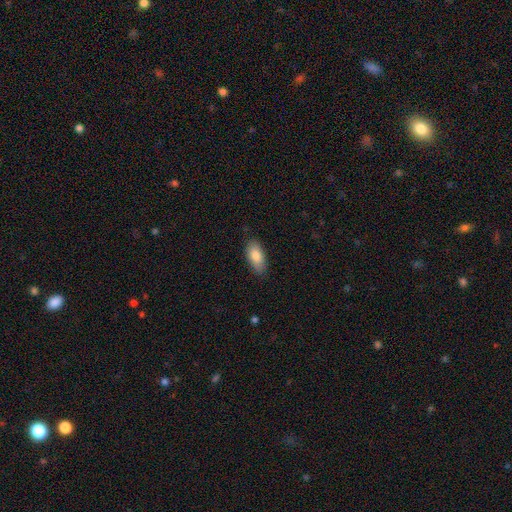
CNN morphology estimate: Q: Smooth or featured?
A: smooth (82%); runner-up: featured or disk (11%)
Q: How rounded?
A: in between (88%); runner-up: cigar-shaped (10%)
Q: Merging?
A: none (84%); runner-up: minor disturbance (13%)